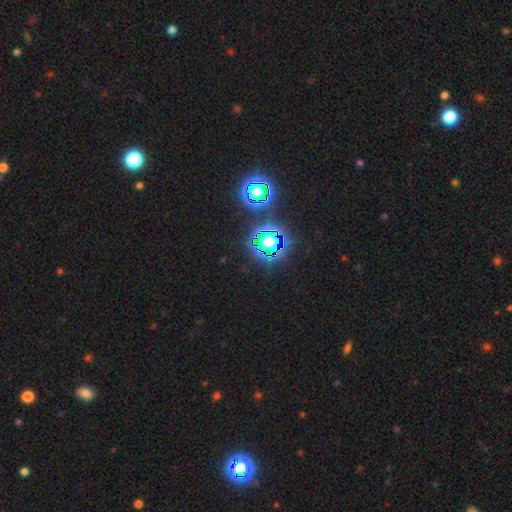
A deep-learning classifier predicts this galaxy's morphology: A star or artifact, not a galaxy (80%).